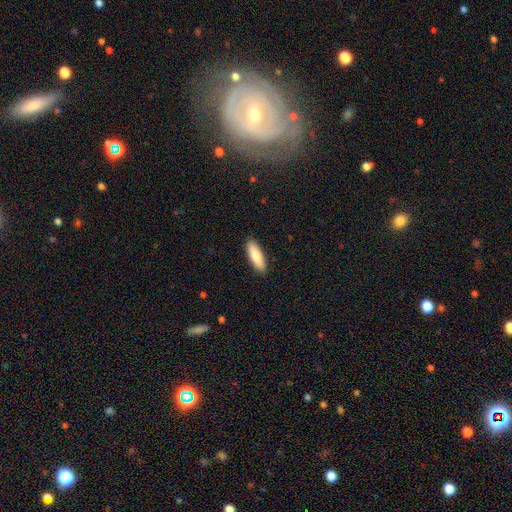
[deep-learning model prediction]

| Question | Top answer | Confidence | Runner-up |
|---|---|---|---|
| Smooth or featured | smooth | 79% | featured or disk (16%) |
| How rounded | cigar-shaped | 56% | in between (42%) |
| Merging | none | 90% | minor disturbance (7%) |